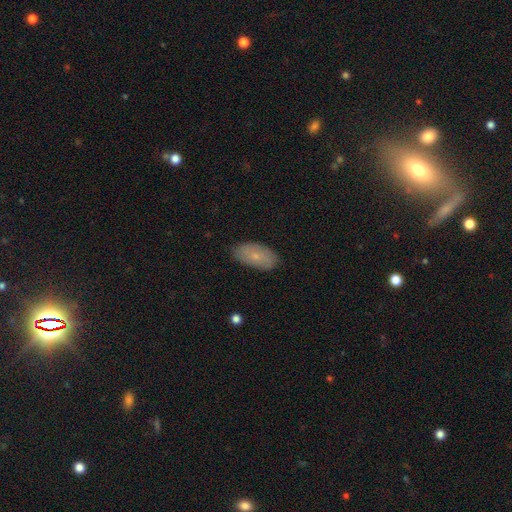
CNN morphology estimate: type=smooth (66%); roundness=in between (92%); merging=none (83%).